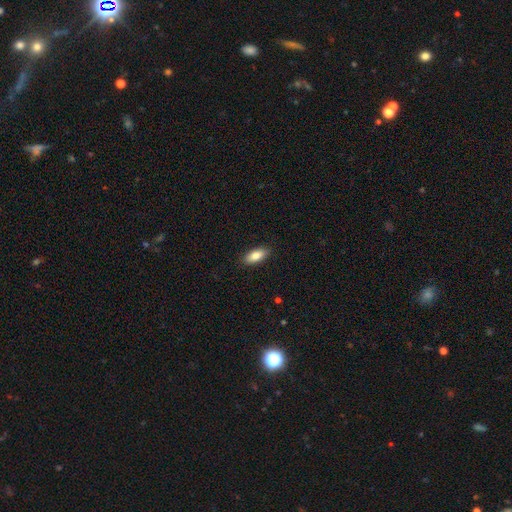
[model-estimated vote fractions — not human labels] Overall: smooth (83%). How rounded: in between (82%). Merging: none (89%).